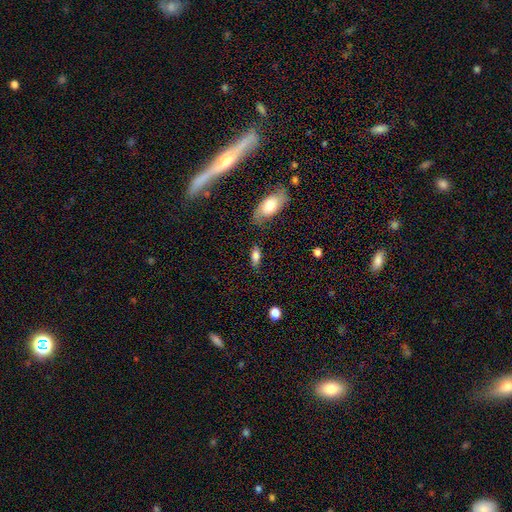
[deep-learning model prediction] This is likely a smooth galaxy (78%). How rounded: clearly in between (82%). Merging: likely none (66%).